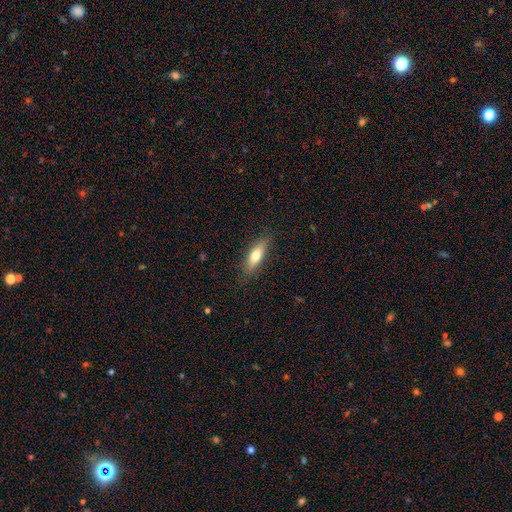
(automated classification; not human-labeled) Morphology: type=smooth (70%); roundness=in between (52%); merging=none (83%).